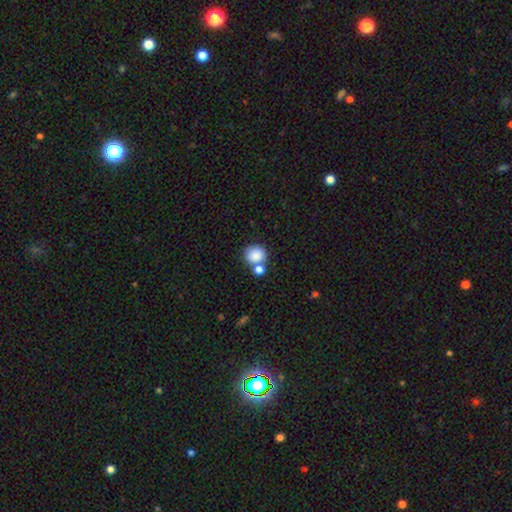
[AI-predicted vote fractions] The model was most divided on "merging": none: 54%, merger: 33%, minor disturbance: 9%, major disturbance: 4%. More confident: smooth or featured — smooth (85%); how rounded — round (79%).